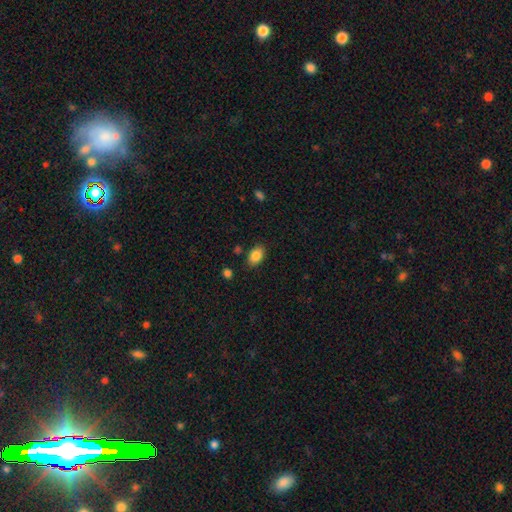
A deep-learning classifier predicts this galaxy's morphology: smooth-or-featured: smooth: 86% | star or artifact: 8% | featured or disk: 6%
  how-rounded: in between: 87% | round: 12% | cigar-shaped: 1%
  merging: none: 83% | minor disturbance: 11% | major disturbance: 3% | merger: 3%